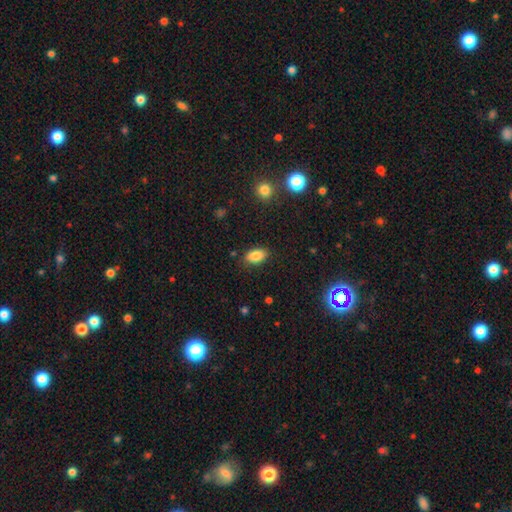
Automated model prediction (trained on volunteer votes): This appears to be a smooth galaxy with no disk features (85%) that is in between round and cigar-shaped (90%). Merging: none (85%).